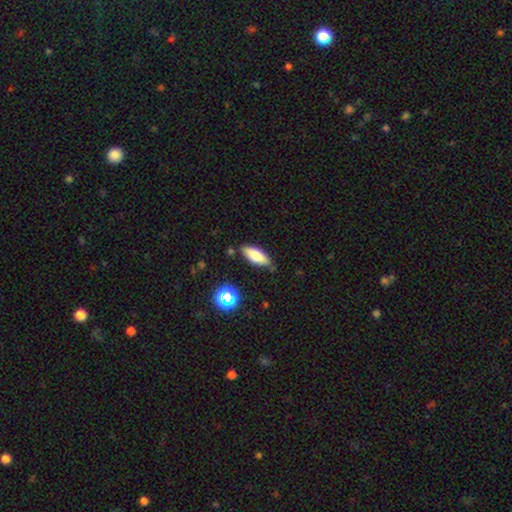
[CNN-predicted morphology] The model was most divided on "how rounded": in between: 74%, cigar-shaped: 24%, round: 3%. More confident: merging — none (81%); smooth or featured — smooth (76%).